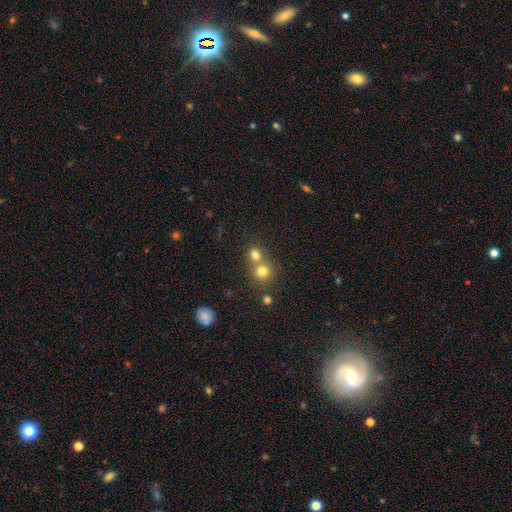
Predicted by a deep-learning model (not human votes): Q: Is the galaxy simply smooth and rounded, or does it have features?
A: smooth — 73%.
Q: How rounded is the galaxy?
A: round — 85%.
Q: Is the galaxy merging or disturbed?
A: merger — 48%.